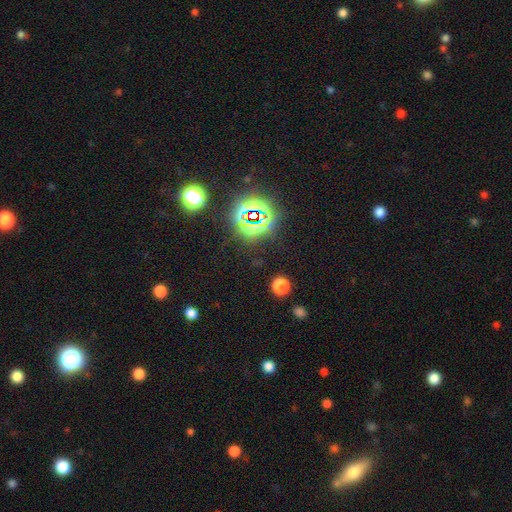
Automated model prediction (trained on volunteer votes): A star or artifact, not a galaxy (76%).

Vote fractions:
- Smooth or featured? star or artifact: 76% / smooth: 16% / featured or disk: 8%